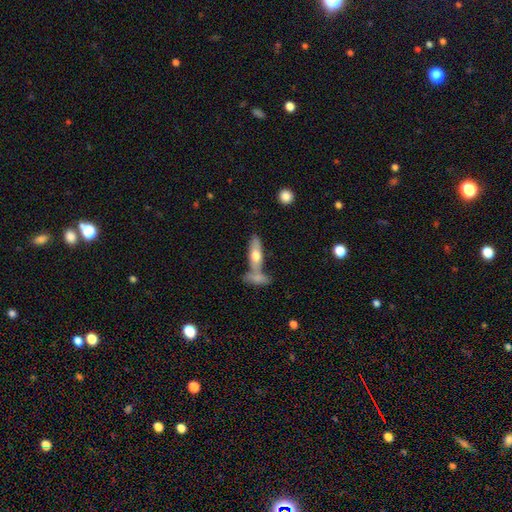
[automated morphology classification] Smooth or featured: smooth — 58% (featured or disk — 37%)
How rounded: in between — 50% (cigar-shaped — 47%)
Merging: none — 51% (merger — 33%)